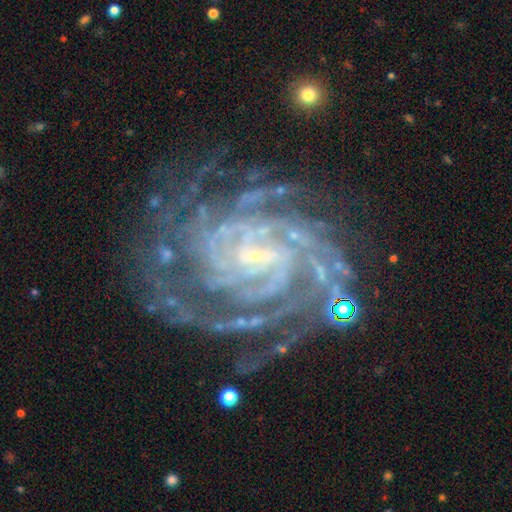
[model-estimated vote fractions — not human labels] Smooth or featured: featured or disk — 93% (star or artifact — 5%)
Edge-on disk: no — 98% (yes — 2%)
Bar: weak — 45% (no — 30%)
Spiral arms: yes — 99% (no — 1%)
Spiral winding: tight — 78% (medium — 20%)
Spiral arm count: 4 — 27% (more than 4 — 23%)
Bulge size: small — 73% (moderate — 13%)
Merging: none — 74% (minor disturbance — 16%)